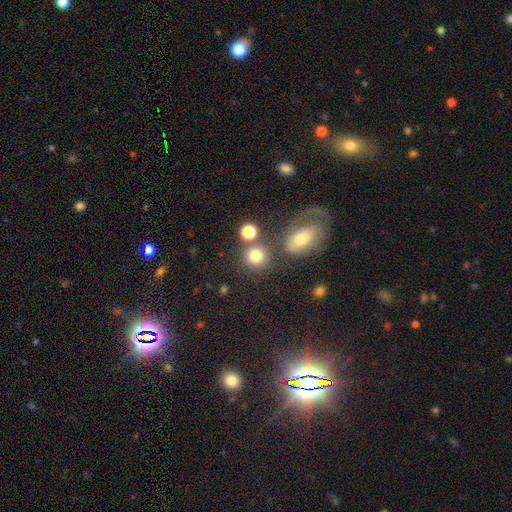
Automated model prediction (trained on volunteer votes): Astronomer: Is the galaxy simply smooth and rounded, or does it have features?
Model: smooth — 78%.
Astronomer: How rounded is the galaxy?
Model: round — 84%.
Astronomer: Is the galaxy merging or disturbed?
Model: none — 65%.